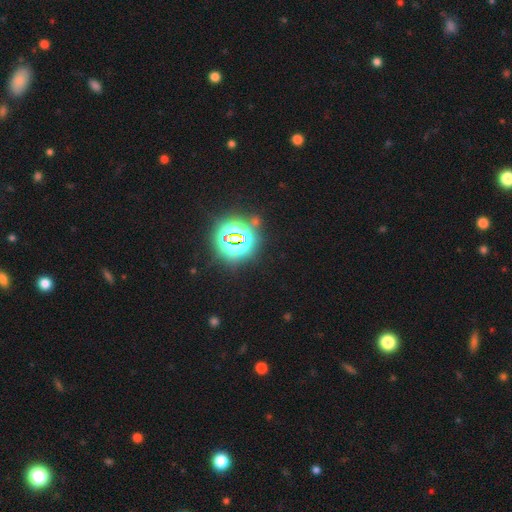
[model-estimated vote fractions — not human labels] A star or artifact, not a galaxy (81%).